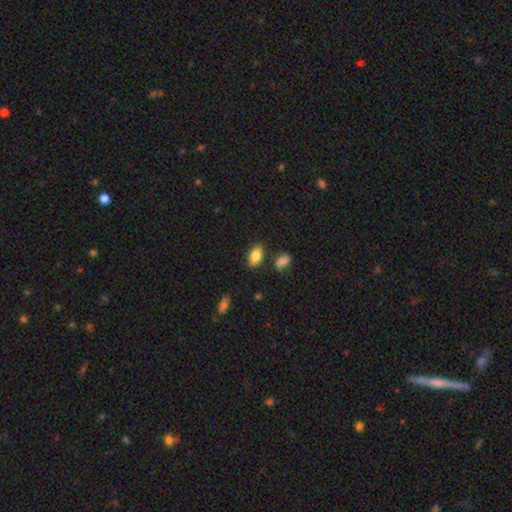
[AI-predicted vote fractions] smooth 83%, featured or disk 9%, star or artifact 8%. Down the decision tree: how rounded — in between (89%); merging — none (79%).